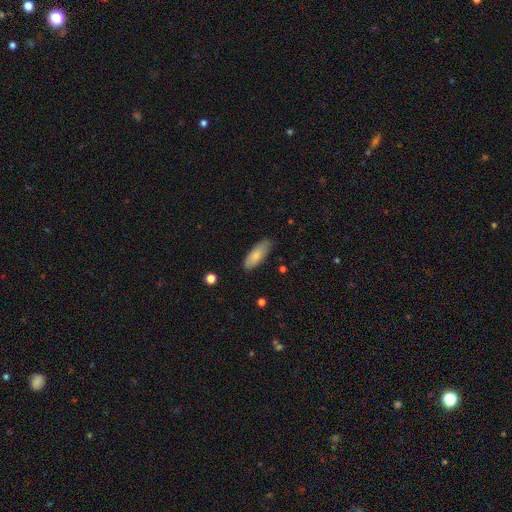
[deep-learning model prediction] A smooth galaxy with no disk features (82%) that is in between round and cigar-shaped (69%).

Vote fractions:
- Smooth or featured? smooth: 82% / featured or disk: 12% / star or artifact: 6%
- How rounded? in between: 69% / cigar-shaped: 29% / round: 2%
- Merging? none: 79% / minor disturbance: 17% / major disturbance: 3% / merger: 1%